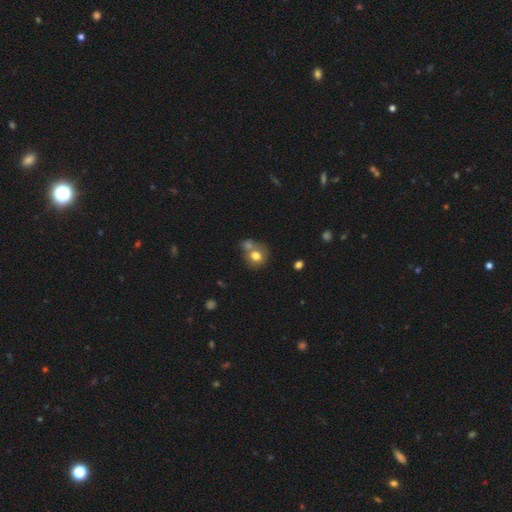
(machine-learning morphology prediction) The model was most divided on "merging": merger: 43%, none: 40%, minor disturbance: 12%, major disturbance: 5%. More confident: how rounded — round (76%); smooth or featured — smooth (75%).